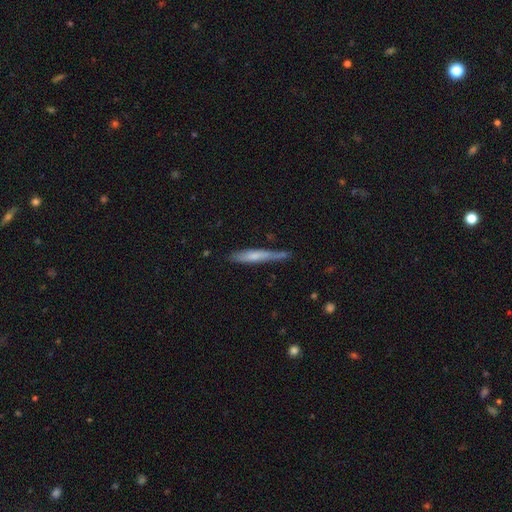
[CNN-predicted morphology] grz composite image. It shows a smooth galaxy with no disk features (56%) that is cigar-shaped (94%). Merging: none (69%).